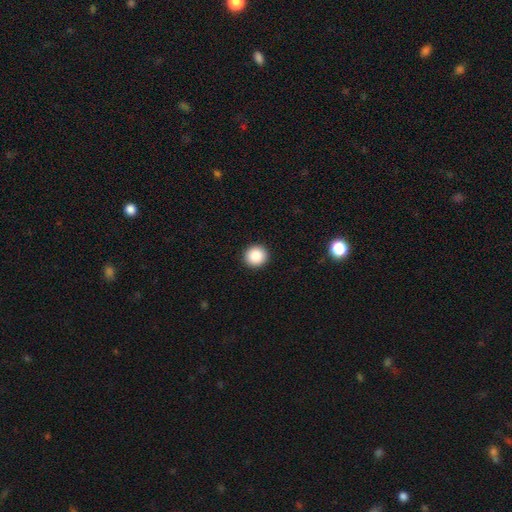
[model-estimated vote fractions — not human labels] A smooth galaxy with no disk features (88%) that is round (94%).

Vote fractions:
- Smooth or featured? smooth: 88% / star or artifact: 9% / featured or disk: 4%
- How rounded? round: 94% / in between: 5% / cigar-shaped: 1%
- Merging? none: 93% / minor disturbance: 4% / major disturbance: 1% / merger: 1%